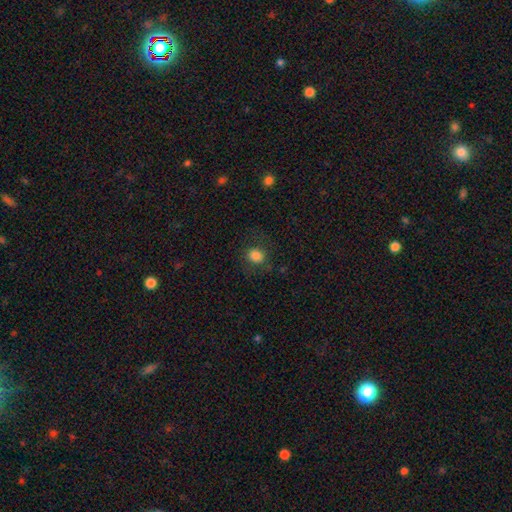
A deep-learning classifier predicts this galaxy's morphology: Smooth or featured? Predicted: smooth (p=0.82). How rounded? Predicted: round (p=0.69). Merging? Predicted: none (p=0.79).